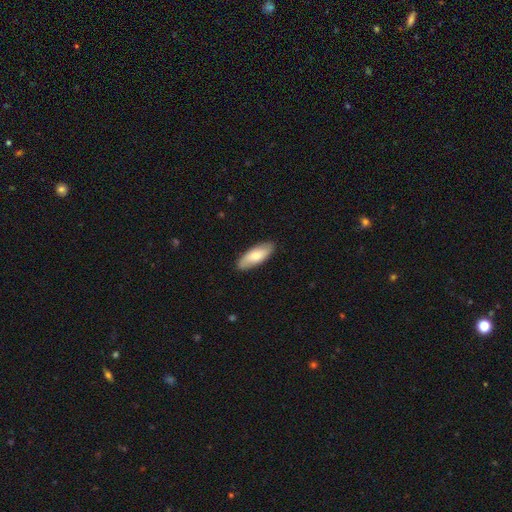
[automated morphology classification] smooth 74%, featured or disk 21%, star or artifact 5%. Down the decision tree: how rounded — in between (73%); merging — none (88%).